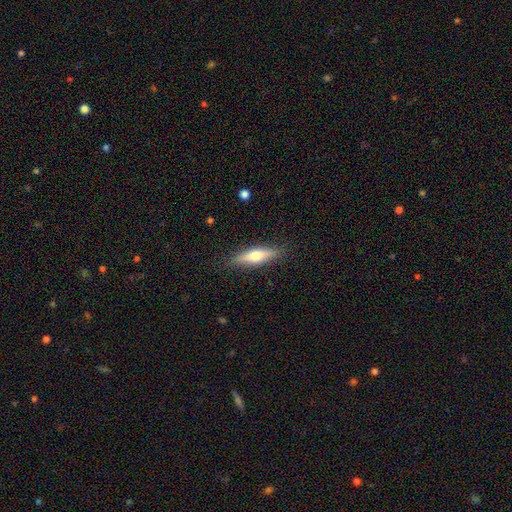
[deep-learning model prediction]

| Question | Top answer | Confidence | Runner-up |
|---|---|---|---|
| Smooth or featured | smooth | 49% | featured or disk (45%) |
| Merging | none | 86% | minor disturbance (10%) |